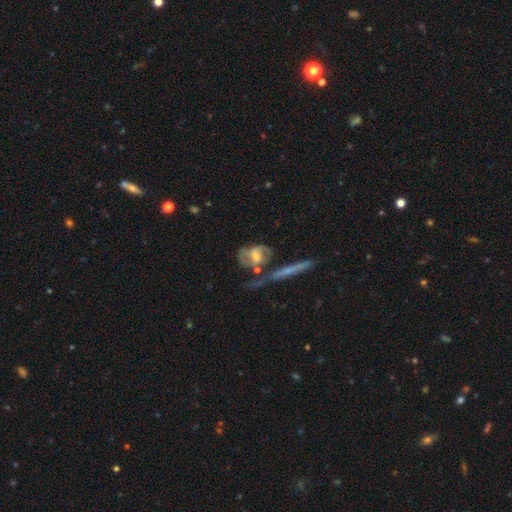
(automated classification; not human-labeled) The model was most divided on "merging": merger: 32%, none: 29%, major disturbance: 22%, minor disturbance: 17%. Remaining: edge-on disk — no (90%); spiral arms — yes (75%); smooth or featured — featured or disk (66%); bulge size — moderate (51%); bar — no (44%).